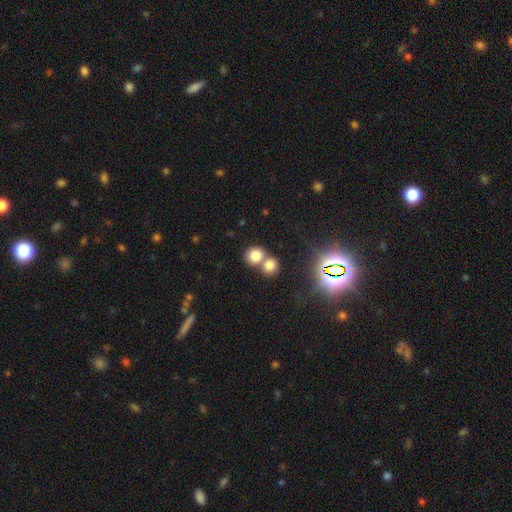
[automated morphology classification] Q: Smooth or featured?
A: smooth (78%); runner-up: star or artifact (12%)
Q: How rounded?
A: round (80%); runner-up: in between (19%)
Q: Merging?
A: merger (52%); runner-up: none (40%)